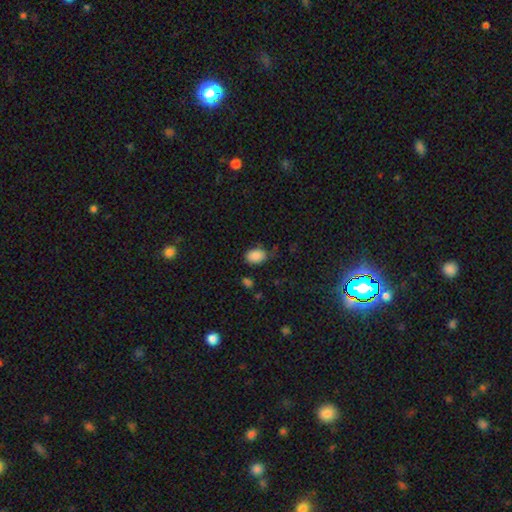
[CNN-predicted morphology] Q: Smooth or featured?
A: smooth (87%); runner-up: star or artifact (9%)
Q: How rounded?
A: in between (78%); runner-up: round (21%)
Q: Merging?
A: none (66%); runner-up: minor disturbance (25%)